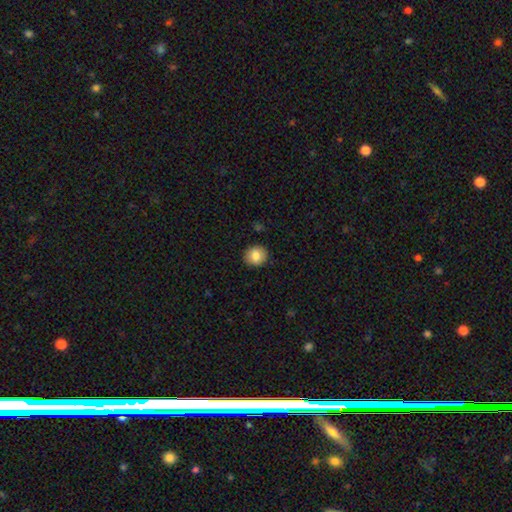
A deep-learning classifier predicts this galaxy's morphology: This is clearly a smooth galaxy (83%). How rounded: clearly round (81%). Merging: clearly none (90%).